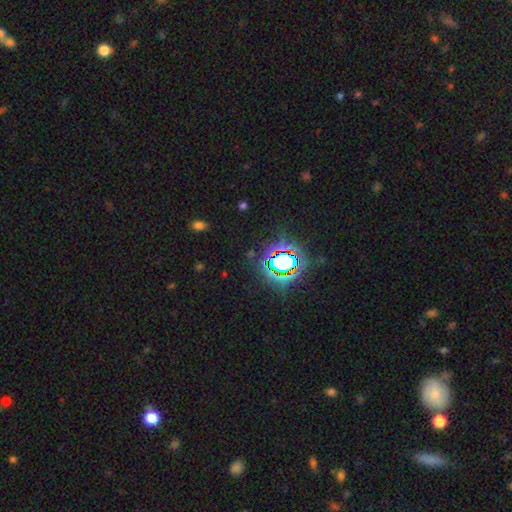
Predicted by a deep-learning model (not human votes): The model was most divided on "smooth or featured": star or artifact: 79%, smooth: 13%, featured or disk: 8%.